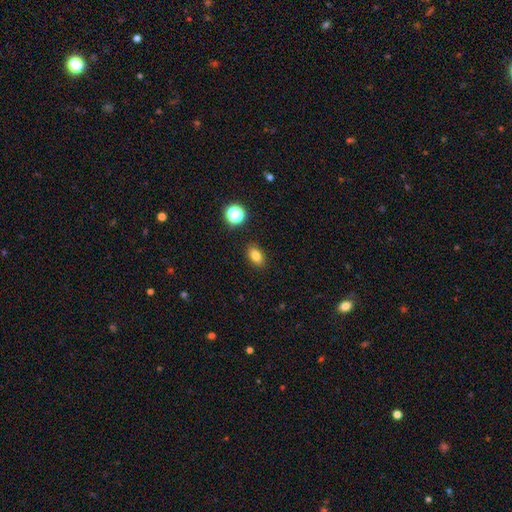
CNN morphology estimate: Smooth or featured? Predicted: smooth (p=0.81). How rounded? Predicted: in between (p=0.83). Merging? Predicted: none (p=0.88).